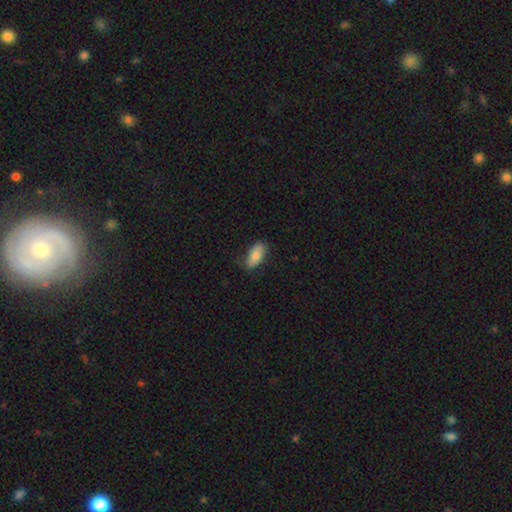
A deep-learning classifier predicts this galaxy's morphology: smooth 79%, featured or disk 15%, star or artifact 7%. Down the decision tree: how rounded — in between (87%); merging — none (75%).